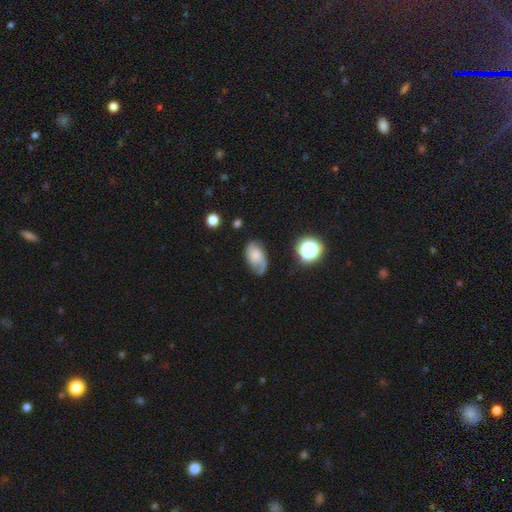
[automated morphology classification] featured or disk 49%, smooth 41%, star or artifact 10%. Down the decision tree: merging — none (57%).